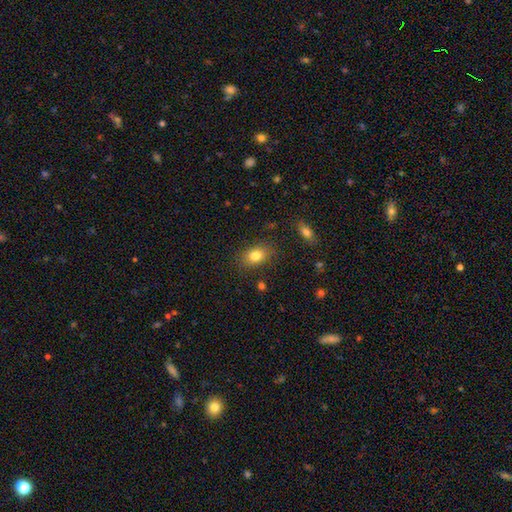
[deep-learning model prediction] Q: Smooth or featured?
A: smooth (81%); runner-up: star or artifact (10%)
Q: How rounded?
A: in between (76%); runner-up: round (23%)
Q: Merging?
A: none (82%); runner-up: minor disturbance (12%)